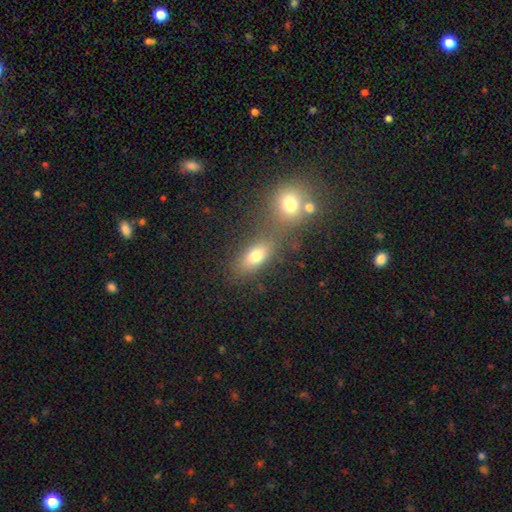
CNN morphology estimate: smooth 72%, featured or disk 14%, star or artifact 14%. Down the decision tree: how rounded — in between (71%); merging — none (54%).